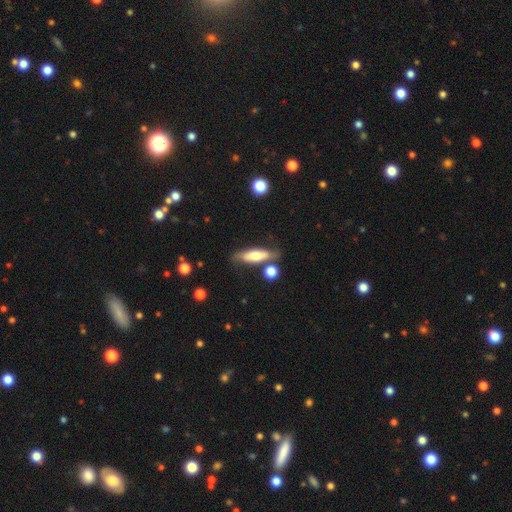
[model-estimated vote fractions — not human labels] Overall: smooth (58%; featured or disk 35%). How rounded: cigar-shaped (61%; in between 37%). Merging: none (68%).